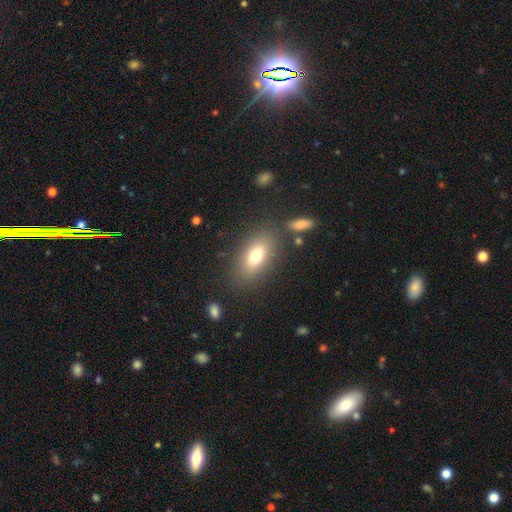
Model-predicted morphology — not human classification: Smooth or featured? smooth (72%)
How rounded? in between (83%)
Merging? none (80%)